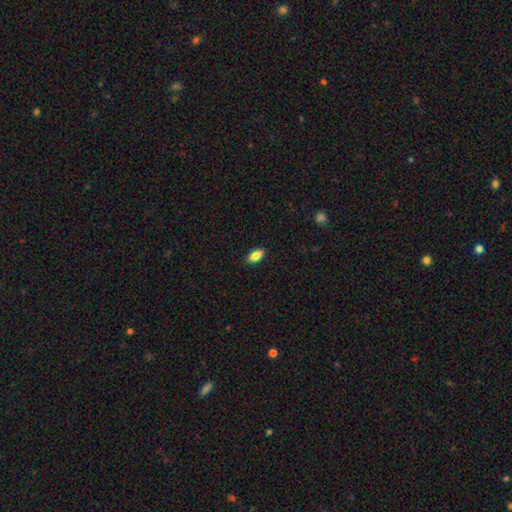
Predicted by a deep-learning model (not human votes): The model was most divided on "smooth or featured": smooth: 85%, star or artifact: 7%, featured or disk: 7%. More confident: merging — none (89%); how rounded — in between (89%).